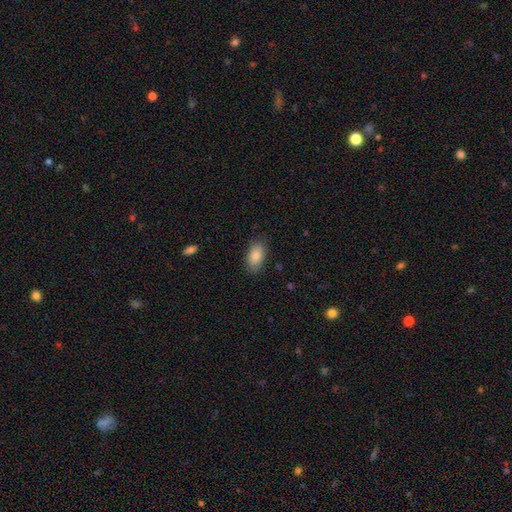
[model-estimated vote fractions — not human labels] A smooth galaxy with no disk features (87%) that is in between round and cigar-shaped (93%).

Vote fractions:
- Smooth or featured? smooth: 87% / star or artifact: 7% / featured or disk: 7%
- How rounded? in between: 93% / round: 4% / cigar-shaped: 3%
- Merging? none: 85% / minor disturbance: 11% / major disturbance: 3% / merger: 1%